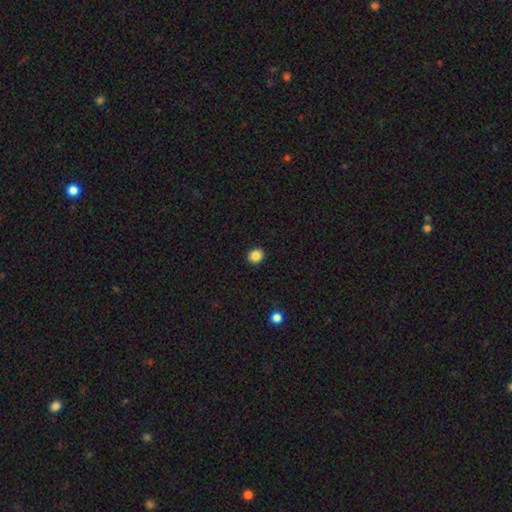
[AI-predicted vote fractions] The model was most divided on "how rounded": round: 76%, in between: 23%, cigar-shaped: 1%. More confident: merging — none (92%); smooth or featured — smooth (86%).